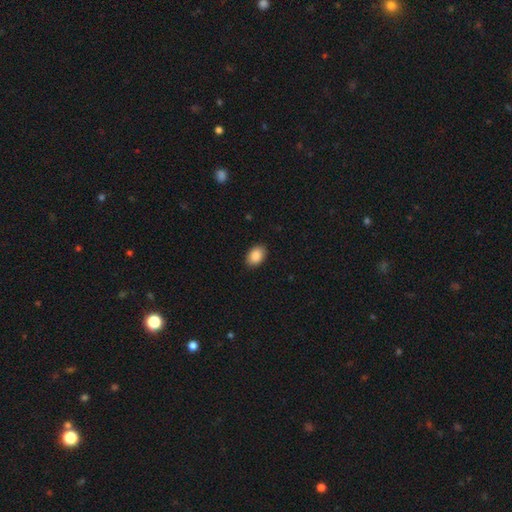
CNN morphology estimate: Smooth or featured? smooth (89%)
How rounded? in between (85%)
Merging? none (89%)